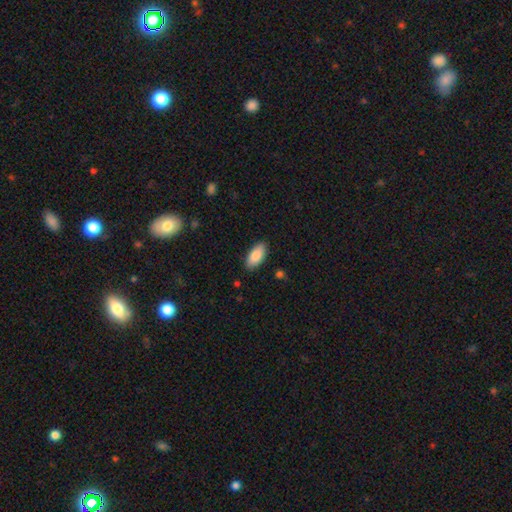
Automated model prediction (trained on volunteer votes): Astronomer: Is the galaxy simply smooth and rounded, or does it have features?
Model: smooth — 87%.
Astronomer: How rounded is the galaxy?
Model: in between — 89%.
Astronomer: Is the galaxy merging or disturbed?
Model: none — 88%.